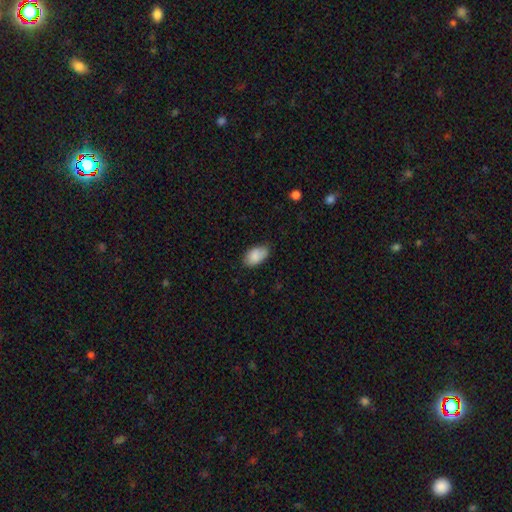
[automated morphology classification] Smooth or featured?
  - smooth: 86% *
  - featured or disk: 8%
  - star or artifact: 7%
How rounded?
  - in between: 93% *
  - round: 5%
  - cigar-shaped: 1%
Merging?
  - none: 68% *
  - minor disturbance: 26%
  - major disturbance: 4%
  - merger: 1%